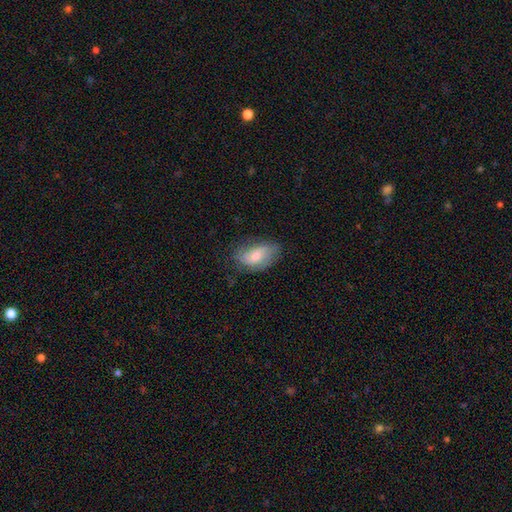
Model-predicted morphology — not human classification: Smooth or featured: smooth — 66% (featured or disk — 27%)
How rounded: in between — 90% (round — 7%)
Merging: none — 64% (minor disturbance — 27%)